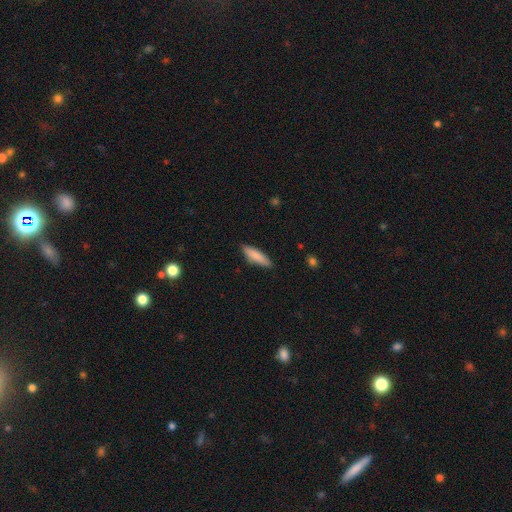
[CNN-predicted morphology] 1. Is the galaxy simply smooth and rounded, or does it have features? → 83% smooth, 11% featured or disk, 6% star or artifact.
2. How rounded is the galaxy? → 72% cigar-shaped, 26% in between, 1% round.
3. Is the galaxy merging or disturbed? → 86% none, 11% minor disturbance, 2% major disturbance, 1% merger.